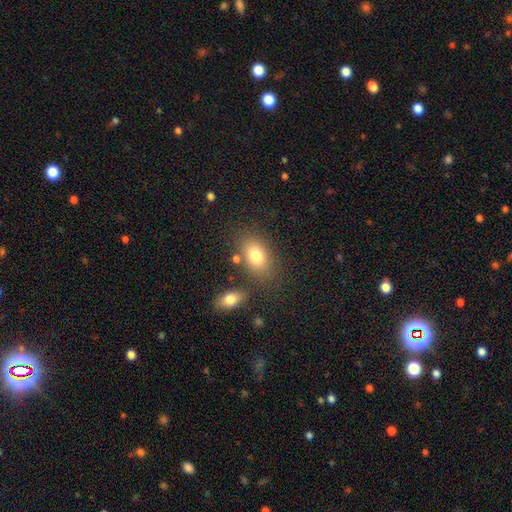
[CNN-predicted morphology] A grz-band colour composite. It shows a smooth galaxy with no disk features (78%) that is in between round and cigar-shaped (85%). Merging: none (72%).